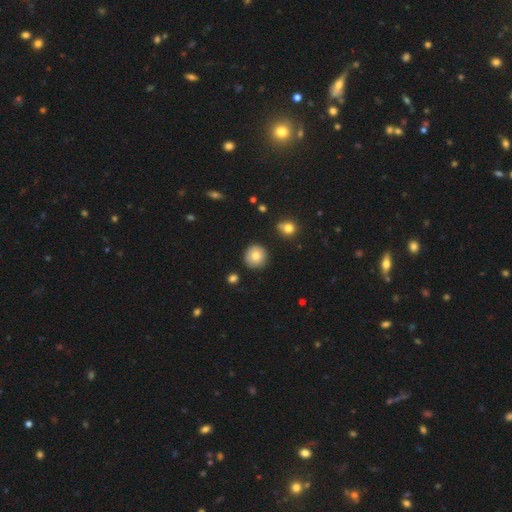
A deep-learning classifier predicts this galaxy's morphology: Q: Smooth or featured?
A: smooth (80%); runner-up: featured or disk (11%)
Q: How rounded?
A: round (92%); runner-up: in between (7%)
Q: Merging?
A: none (88%); runner-up: minor disturbance (8%)